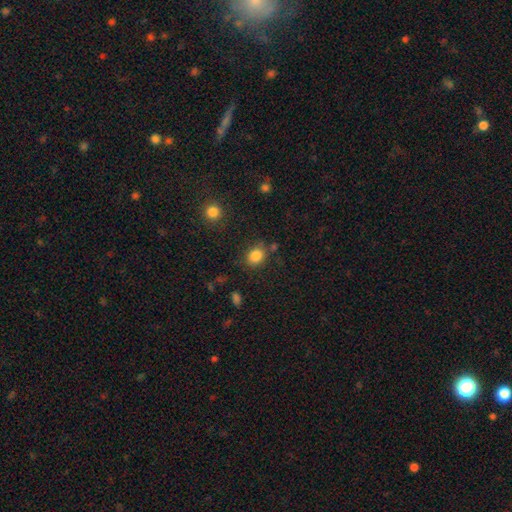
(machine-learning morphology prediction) Smooth or featured: smooth — 85% (star or artifact — 10%)
How rounded: round — 60% (in between — 39%)
Merging: none — 76% (minor disturbance — 13%)